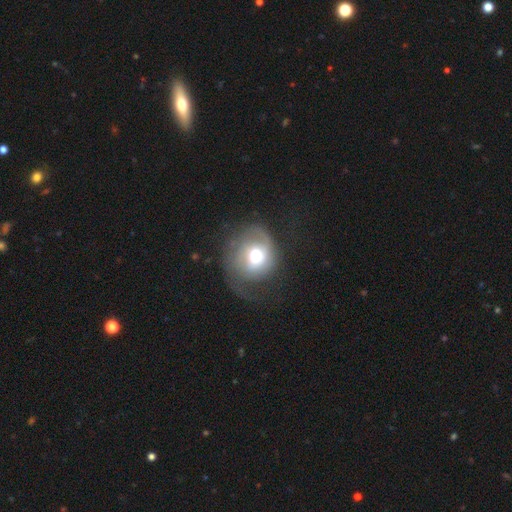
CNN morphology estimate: Smooth or featured: featured or disk — 48% (smooth — 43%)
Merging: none — 43% (major disturbance — 31%)